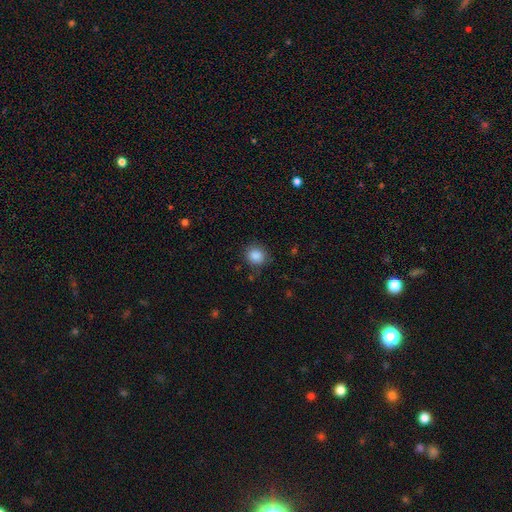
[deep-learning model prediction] This is clearly a smooth galaxy (87%). How rounded: clearly round (82%). Merging: clearly none (84%).